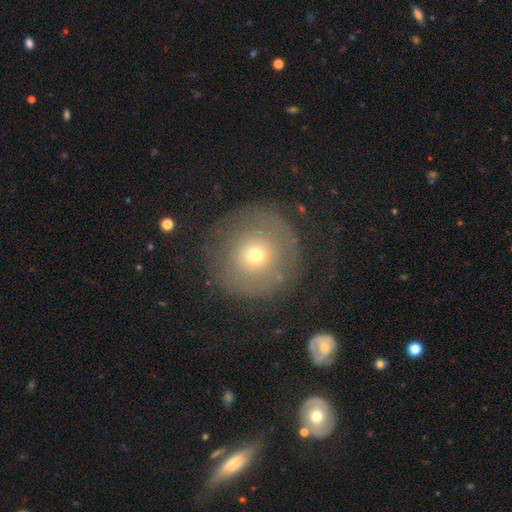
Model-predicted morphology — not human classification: The model was most divided on "smooth or featured": smooth: 56%, featured or disk: 32%, star or artifact: 12%. More confident: how rounded — round (94%); merging — none (74%).